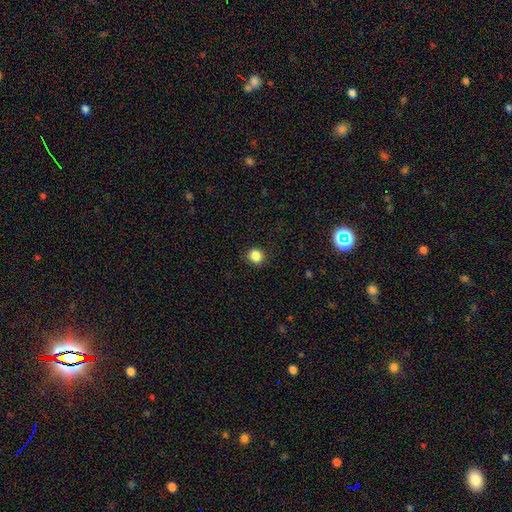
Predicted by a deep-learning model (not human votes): smooth 85%, star or artifact 11%, featured or disk 4%. Down the decision tree: how rounded — round (83%); merging — none (88%).